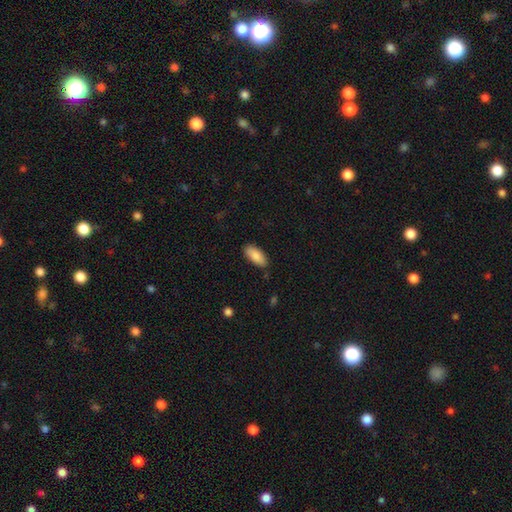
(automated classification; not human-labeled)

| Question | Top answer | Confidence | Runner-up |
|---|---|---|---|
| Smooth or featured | smooth | 88% | star or artifact (6%) |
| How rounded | in between | 87% | cigar-shaped (11%) |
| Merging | none | 84% | minor disturbance (12%) |